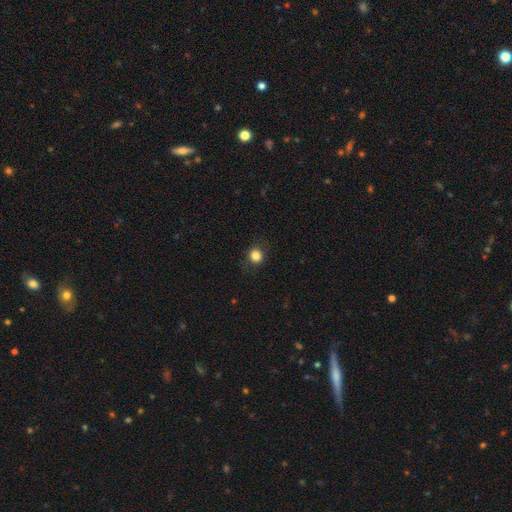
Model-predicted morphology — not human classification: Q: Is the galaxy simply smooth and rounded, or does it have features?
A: smooth — 84%.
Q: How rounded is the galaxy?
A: round — 87%.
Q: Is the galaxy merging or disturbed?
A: none — 87%.